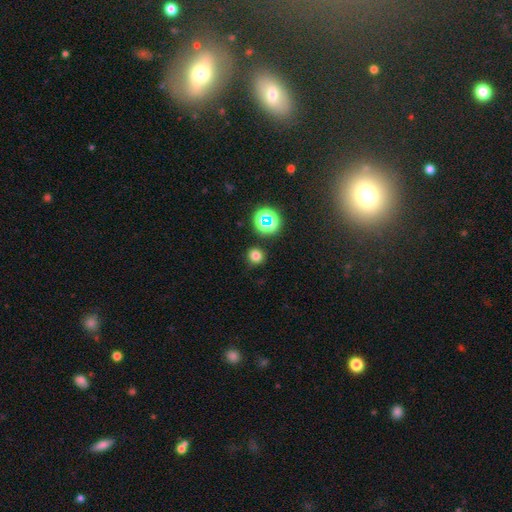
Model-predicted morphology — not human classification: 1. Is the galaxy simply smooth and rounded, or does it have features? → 75% smooth, 20% star or artifact, 5% featured or disk.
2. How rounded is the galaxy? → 90% round, 9% in between, 1% cigar-shaped.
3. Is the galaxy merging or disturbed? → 88% none, 8% minor disturbance, 3% major disturbance, 2% merger.